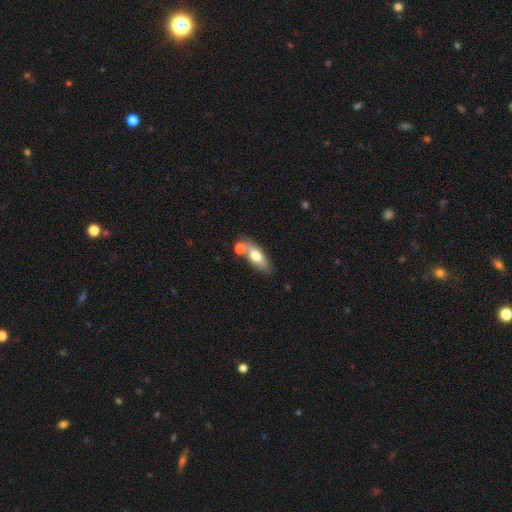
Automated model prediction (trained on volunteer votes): smooth 69%, featured or disk 24%, star or artifact 7%. Down the decision tree: how rounded — in between (73%); merging — none (56%).